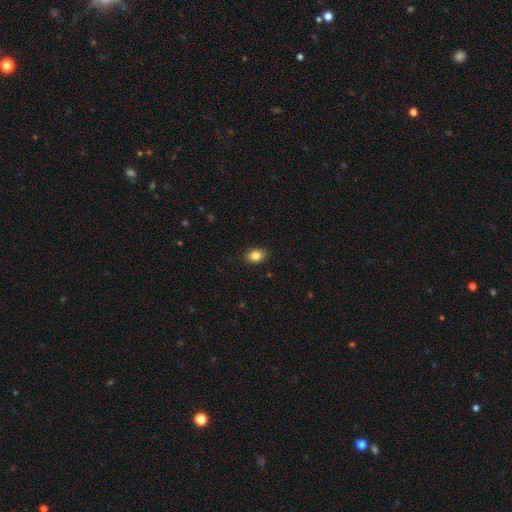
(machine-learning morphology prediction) A smooth galaxy with no disk features (85%) that is in between round and cigar-shaped (80%).

Vote fractions:
- Smooth or featured? smooth: 85% / star or artifact: 9% / featured or disk: 6%
- How rounded? in between: 80% / round: 19% / cigar-shaped: 1%
- Merging? none: 89% / minor disturbance: 8% / major disturbance: 2% / merger: 1%